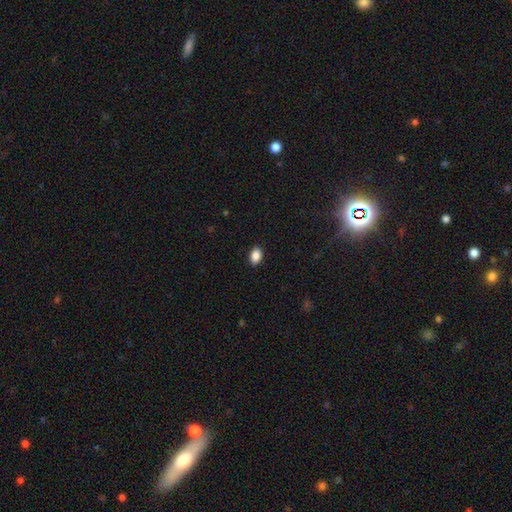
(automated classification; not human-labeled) Morphology: type=smooth (88%); roundness=in between (87%); merging=none (89%).